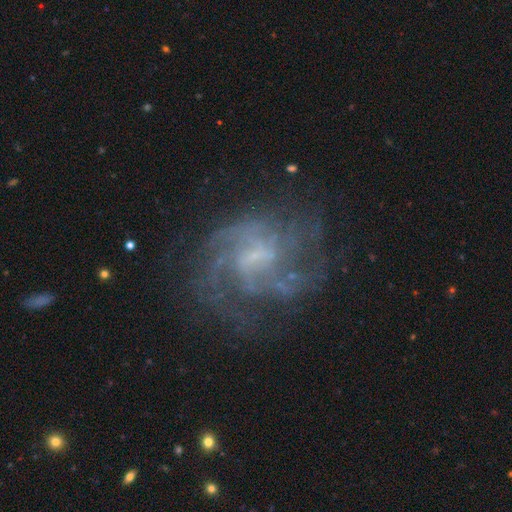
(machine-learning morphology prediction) A featured or disk galaxy (82%) with a weak bar (52%), medium (45%) spiral arms (90%) and a small central bulge (53%). Merging: none (64%).